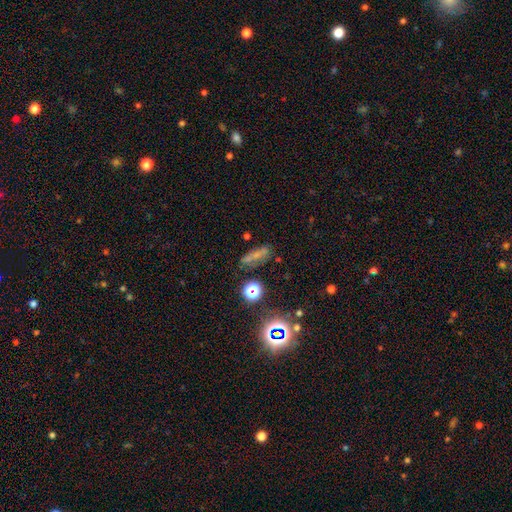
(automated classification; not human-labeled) smooth-or-featured: smooth: 47% | star or artifact: 30% | featured or disk: 24%
  merging: none: 67% | minor disturbance: 18% | major disturbance: 8% | merger: 7%